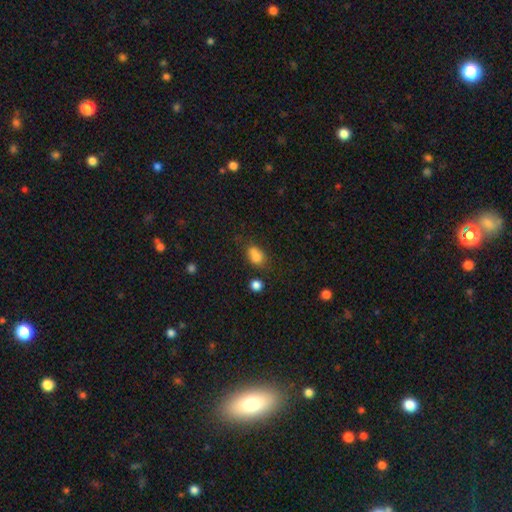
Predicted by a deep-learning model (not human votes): This appears to be a smooth galaxy with no disk features (76%) that is in between round and cigar-shaped (68%). Merging: none (44%).